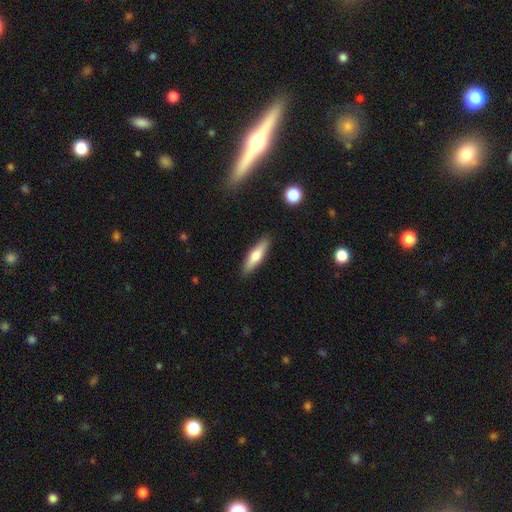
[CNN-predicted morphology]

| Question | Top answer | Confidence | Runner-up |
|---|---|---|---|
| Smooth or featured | smooth | 62% | featured or disk (32%) |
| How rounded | cigar-shaped | 71% | in between (27%) |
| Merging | none | 89% | minor disturbance (8%) |